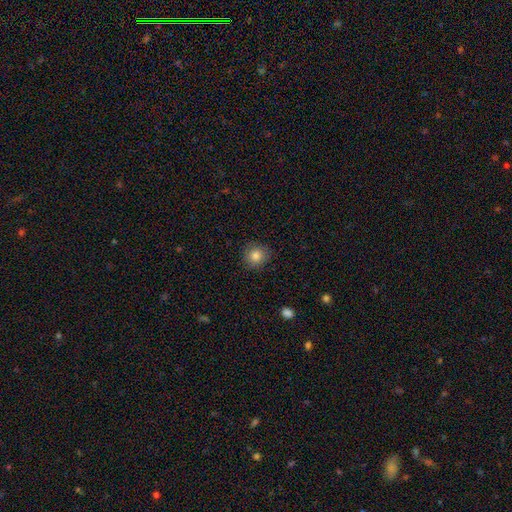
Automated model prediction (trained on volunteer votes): A smooth galaxy with no disk features (83%) that is round (89%). Merging: none (89%).